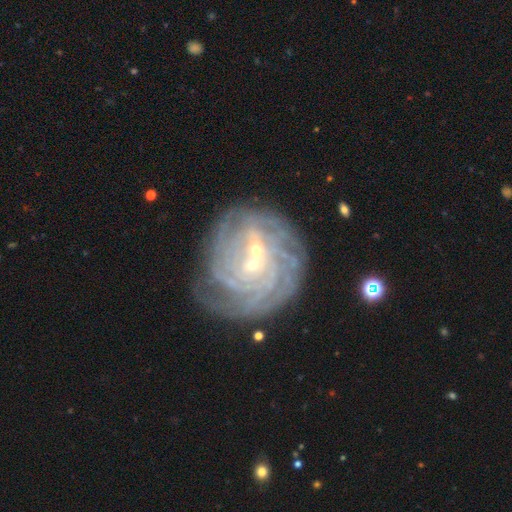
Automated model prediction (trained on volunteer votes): Smooth or featured: featured or disk — 85% (smooth — 8%)
Edge-on disk: no — 97% (yes — 3%)
Bar: no — 45% (weak — 40%)
Spiral arms: yes — 95% (no — 5%)
Spiral winding: tight — 80% (medium — 16%)
Spiral arm count: can't tell — 30% (more than 4 — 25%)
Bulge size: small — 82% (moderate — 12%)
Merging: none — 62% (minor disturbance — 17%)